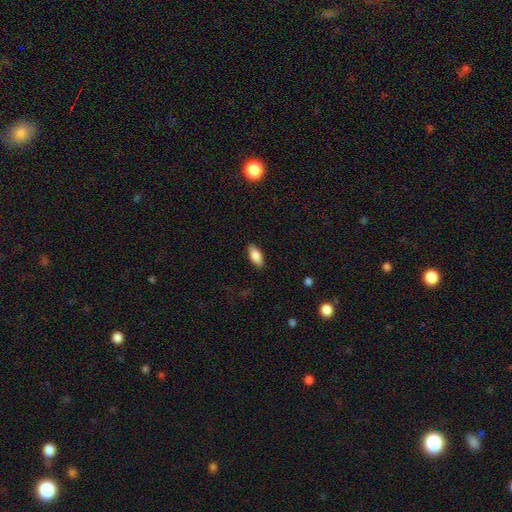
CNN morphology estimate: Smooth or featured: smooth — 83% (featured or disk — 10%)
How rounded: in between — 85% (cigar-shaped — 12%)
Merging: none — 88% (minor disturbance — 9%)